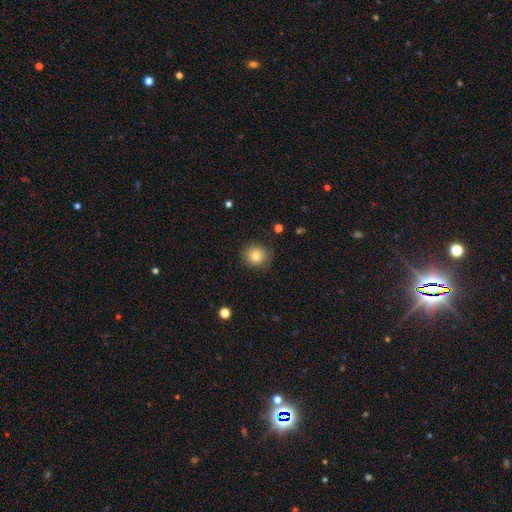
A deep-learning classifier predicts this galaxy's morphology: Smooth or featured?
  - smooth: 81% *
  - star or artifact: 10%
  - featured or disk: 9%
How rounded?
  - round: 83% *
  - in between: 16%
  - cigar-shaped: 1%
Merging?
  - none: 85% *
  - minor disturbance: 11%
  - major disturbance: 3%
  - merger: 1%